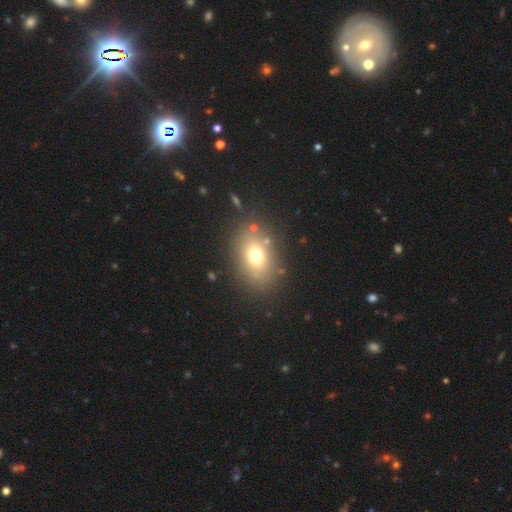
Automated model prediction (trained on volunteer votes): Smooth or featured: smooth — 71% (featured or disk — 15%)
How rounded: in between — 71% (round — 28%)
Merging: none — 82% (minor disturbance — 10%)